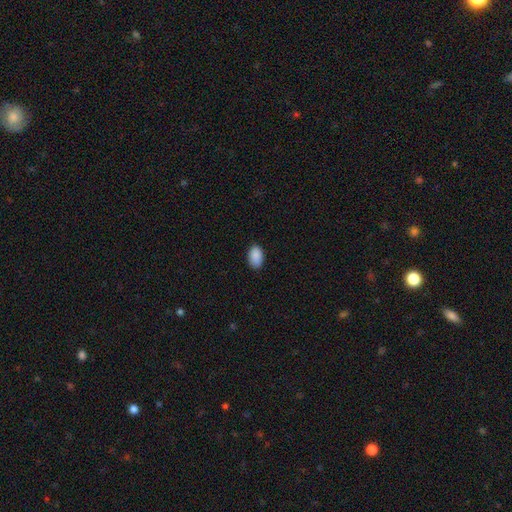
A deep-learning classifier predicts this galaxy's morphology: This is clearly a smooth galaxy (90%). How rounded: clearly in between (91%). Merging: clearly none (86%).